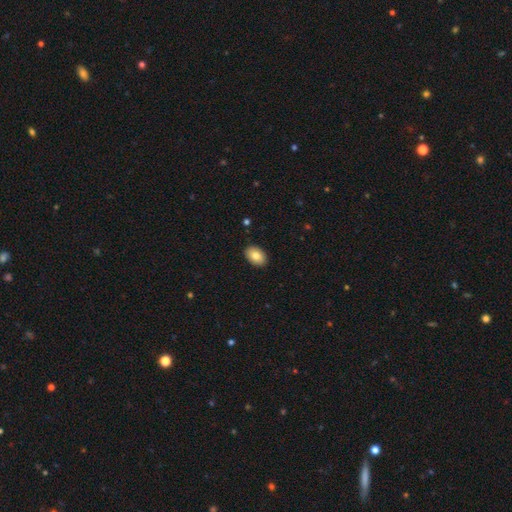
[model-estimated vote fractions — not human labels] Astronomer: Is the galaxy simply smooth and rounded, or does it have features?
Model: smooth — 81%.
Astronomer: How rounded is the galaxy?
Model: in between — 87%.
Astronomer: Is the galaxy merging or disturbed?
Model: none — 90%.